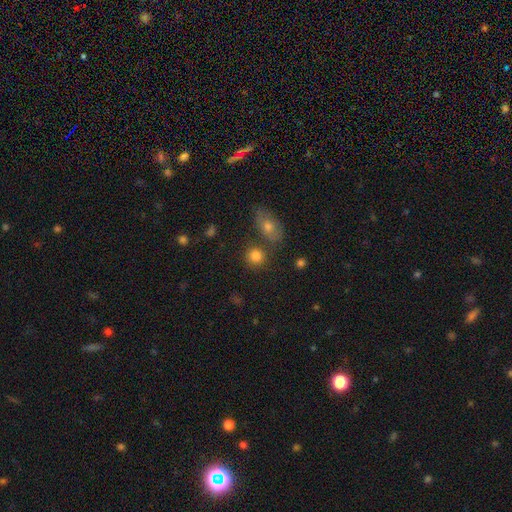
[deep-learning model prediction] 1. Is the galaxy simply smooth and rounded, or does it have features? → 83% smooth, 10% star or artifact, 7% featured or disk.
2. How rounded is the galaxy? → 83% round, 16% in between, 1% cigar-shaped.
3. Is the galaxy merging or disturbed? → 71% none, 15% merger, 10% minor disturbance, 4% major disturbance.